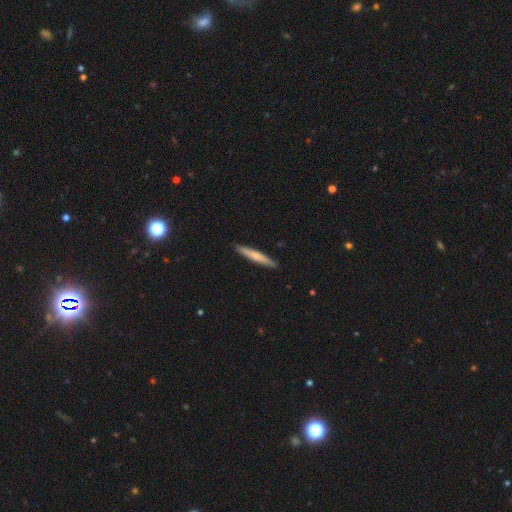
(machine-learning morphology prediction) A smooth galaxy with no disk features (64%) that is cigar-shaped (95%).

Vote fractions:
- Smooth or featured? smooth: 64% / featured or disk: 32% / star or artifact: 5%
- How rounded? cigar-shaped: 95% / in between: 4% / round: 1%
- Merging? none: 91% / minor disturbance: 6% / major disturbance: 1% / merger: 1%